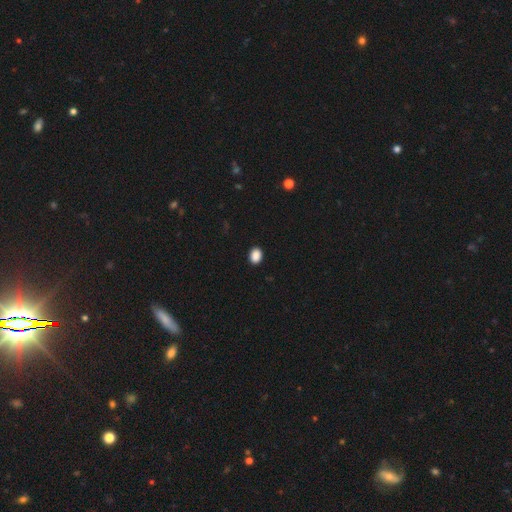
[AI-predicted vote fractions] This is clearly a smooth galaxy (89%). How rounded: likely in between (65%). Merging: clearly none (91%).